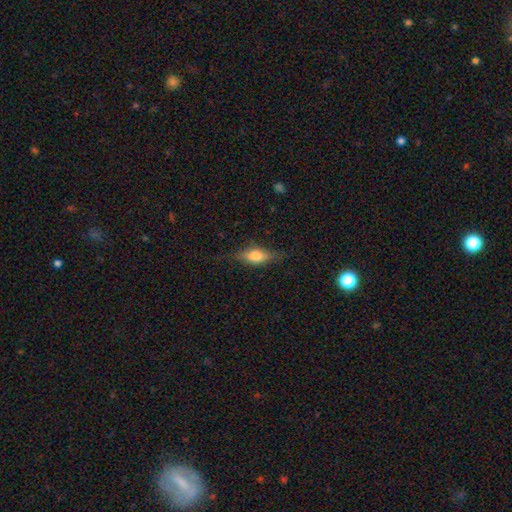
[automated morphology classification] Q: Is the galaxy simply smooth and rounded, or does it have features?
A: smooth — 59%.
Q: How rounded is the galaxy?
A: in between — 71%.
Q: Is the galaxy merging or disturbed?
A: none — 75%.